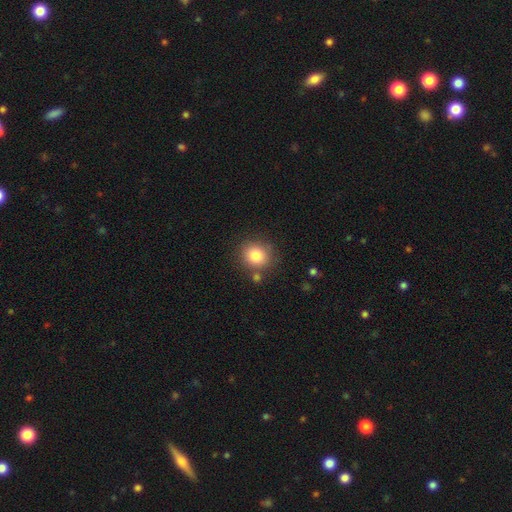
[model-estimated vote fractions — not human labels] A smooth galaxy with no disk features (83%) that is round (83%).

Vote fractions:
- Smooth or featured? smooth: 83% / star or artifact: 10% / featured or disk: 7%
- How rounded? round: 83% / in between: 16% / cigar-shaped: 1%
- Merging? none: 78% / minor disturbance: 11% / merger: 8% / major disturbance: 4%